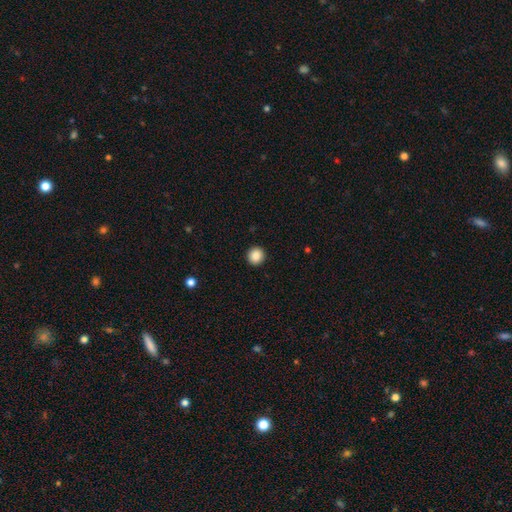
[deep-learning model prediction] smooth_or_featured: smooth (p=0.87) [alt: star or artifact p=0.09]
how_rounded: round (p=0.93) [alt: in between p=0.06]
merging: none (p=0.93) [alt: minor disturbance p=0.04]